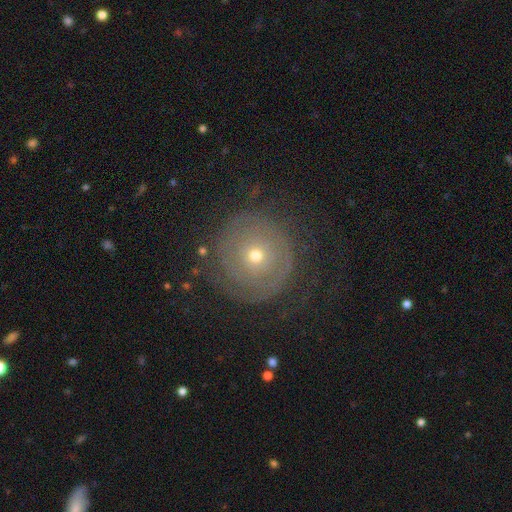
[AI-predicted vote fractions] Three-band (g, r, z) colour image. It shows a featured or disk galaxy (55%) with no bar (88%), spiral arms (58%) and a small central bulge (62%). Merging: none (73%).